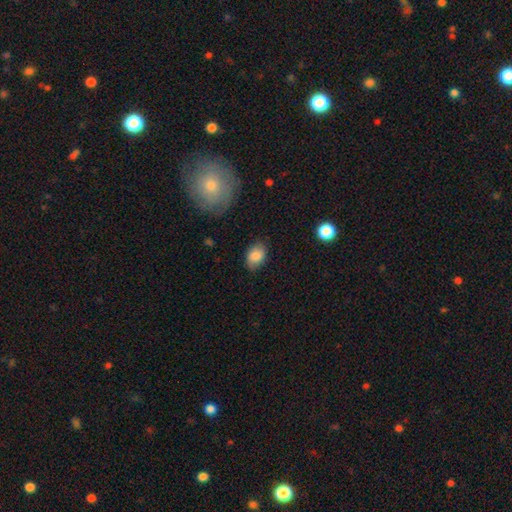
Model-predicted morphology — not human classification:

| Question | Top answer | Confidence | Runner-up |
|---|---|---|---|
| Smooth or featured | smooth | 84% | featured or disk (9%) |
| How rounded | in between | 81% | round (17%) |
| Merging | none | 79% | minor disturbance (16%) |